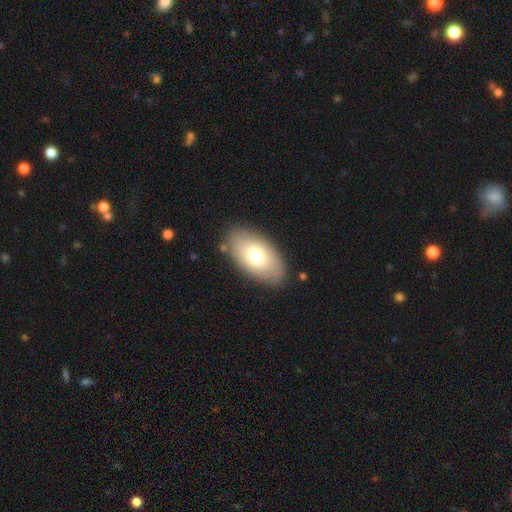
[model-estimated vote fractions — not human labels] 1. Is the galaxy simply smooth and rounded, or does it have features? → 72% smooth, 21% featured or disk, 7% star or artifact.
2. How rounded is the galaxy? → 93% in between, 4% round, 2% cigar-shaped.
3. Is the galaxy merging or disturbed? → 83% none, 11% minor disturbance, 4% major disturbance, 2% merger.